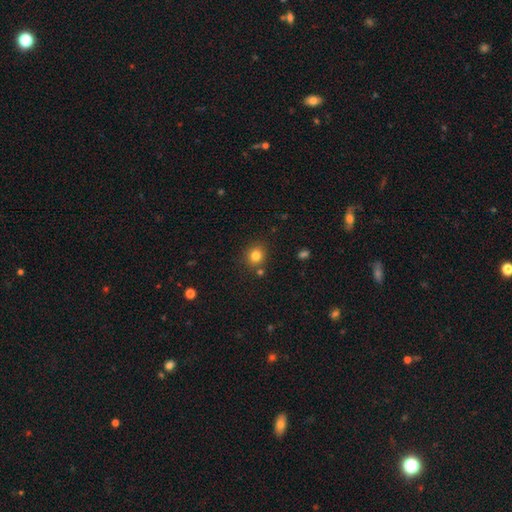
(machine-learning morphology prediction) The model was most divided on "how rounded": round: 79%, in between: 20%, cigar-shaped: 1%. More confident: smooth or featured — smooth (81%); merging — none (80%).